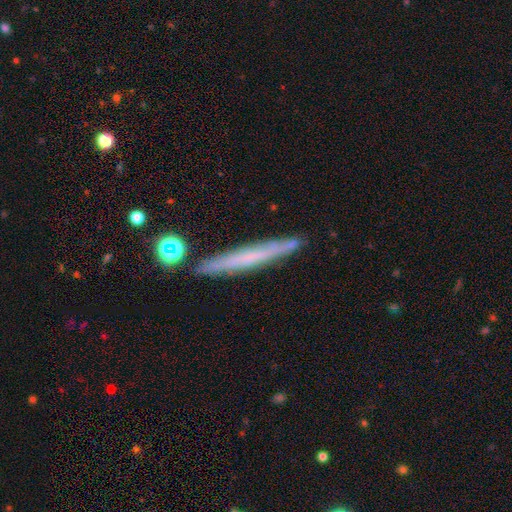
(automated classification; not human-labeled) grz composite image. It shows a smooth galaxy with no disk features (49%). Merging: none (84%).